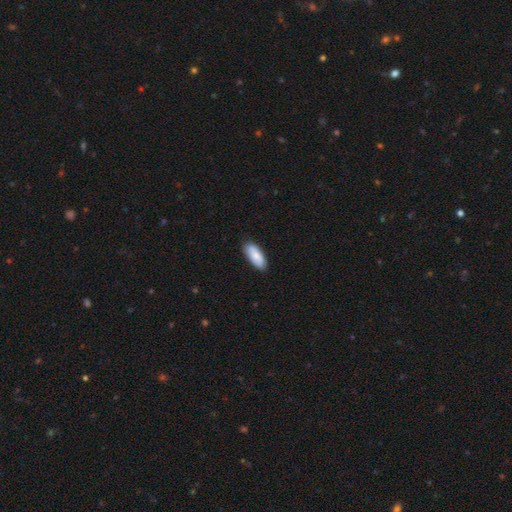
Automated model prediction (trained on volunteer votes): smooth 84%, featured or disk 10%, star or artifact 6%. Down the decision tree: how rounded — in between (82%); merging — none (86%).